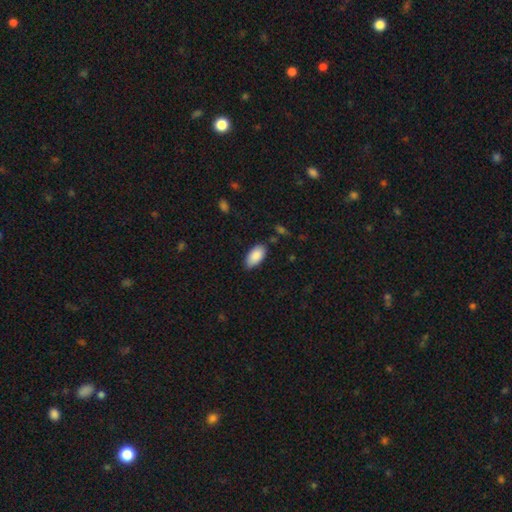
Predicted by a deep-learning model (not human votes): Smooth or featured: smooth — 89% (star or artifact — 6%)
How rounded: in between — 94% (cigar-shaped — 4%)
Merging: none — 81% (minor disturbance — 15%)